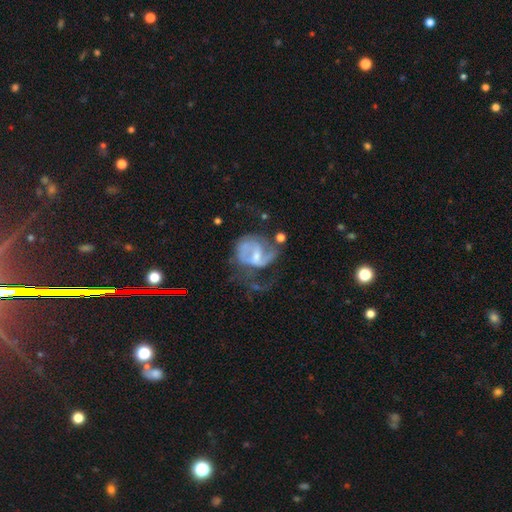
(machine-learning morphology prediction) This is likely a featured or disk galaxy (73%). It is clearly not viewed edge-on (97%). Bar: possibly weak (50%). Spiral arm pattern: likely yes (74%). Spiral arm count: possibly 2 (47%). Spiral winding: marginally medium (43%). Central bulge: possibly small (49%). Merging: marginally major disturbance (43%).